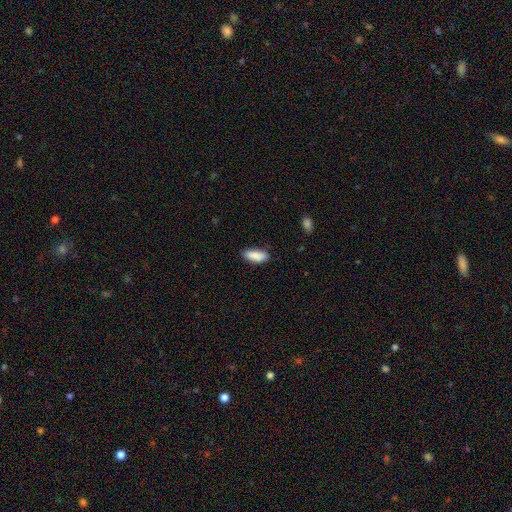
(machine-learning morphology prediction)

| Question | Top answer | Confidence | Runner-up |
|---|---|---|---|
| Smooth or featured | smooth | 89% | star or artifact (6%) |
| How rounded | in between | 75% | cigar-shaped (24%) |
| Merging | none | 82% | minor disturbance (14%) |